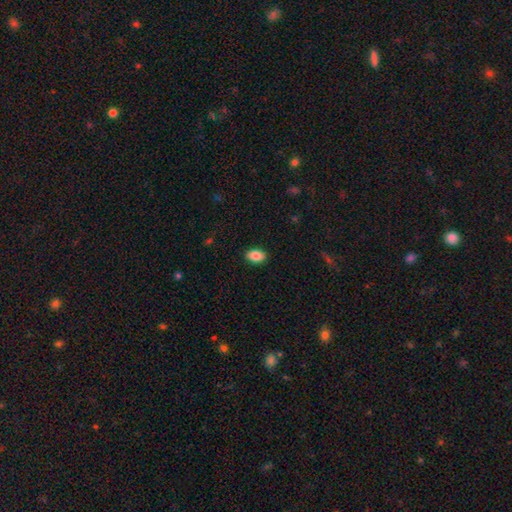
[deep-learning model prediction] smooth_or_featured: smooth (p=0.87) [alt: star or artifact p=0.08]
how_rounded: in between (p=0.90) [alt: round p=0.09]
merging: none (p=0.89) [alt: minor disturbance p=0.08]